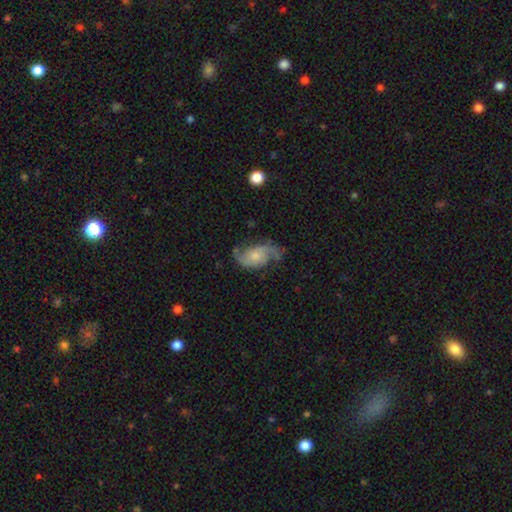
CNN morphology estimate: type=featured or disk (84%); edge-on=no (97%); bar=no (66%); spiral arms=yes (96%); winding=loose (51%); arm count=2 (91%); bulge=small (46%); merging=none (68%).